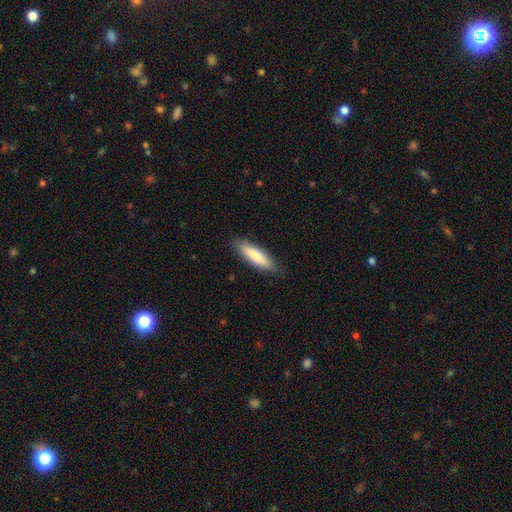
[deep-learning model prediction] A smooth galaxy with no disk features (82%) that is cigar-shaped (70%). Merging: none (86%).